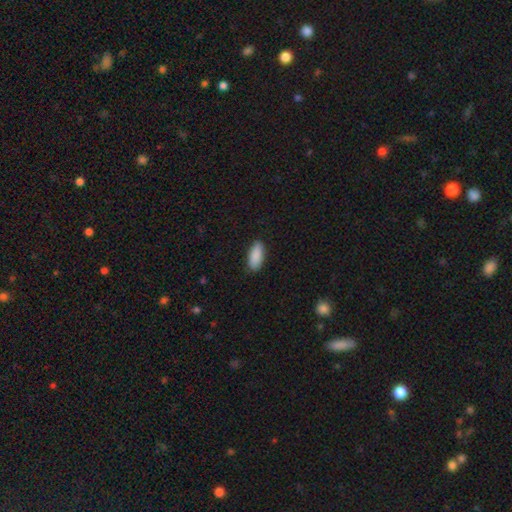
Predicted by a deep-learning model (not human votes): Q: Smooth or featured?
A: smooth (90%); runner-up: star or artifact (6%)
Q: How rounded?
A: in between (84%); runner-up: cigar-shaped (14%)
Q: Merging?
A: none (87%); runner-up: minor disturbance (10%)